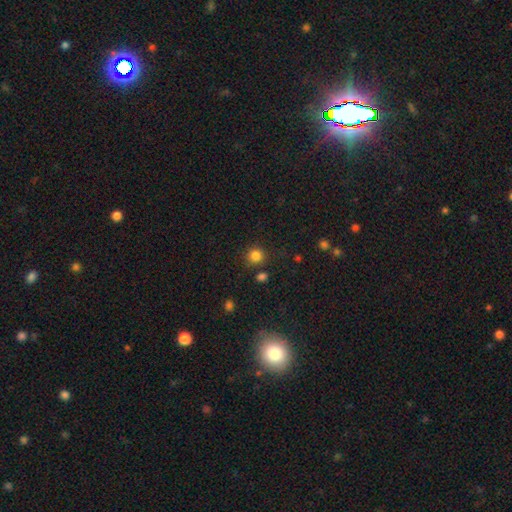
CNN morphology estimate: Smooth or featured? Predicted: smooth (p=0.82). How rounded? Predicted: round (p=0.91). Merging? Predicted: none (p=0.80).